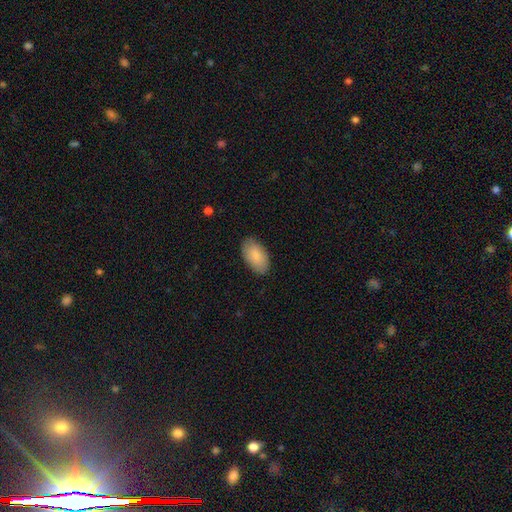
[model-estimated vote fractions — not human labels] smooth 86%, featured or disk 8%, star or artifact 6%. Down the decision tree: how rounded — in between (95%); merging — none (85%).